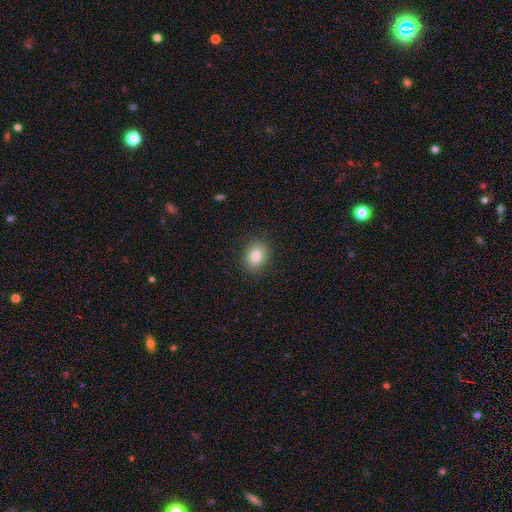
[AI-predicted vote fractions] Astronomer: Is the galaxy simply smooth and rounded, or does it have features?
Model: smooth — 84%.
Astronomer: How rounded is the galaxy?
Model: in between — 64%.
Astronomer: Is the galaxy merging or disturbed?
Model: none — 88%.